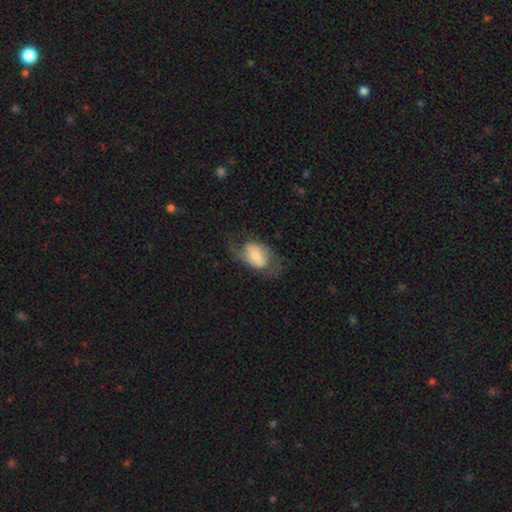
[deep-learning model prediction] Smooth or featured?
  - featured or disk: 59% *
  - smooth: 34%
  - star or artifact: 7%
Edge-on disk?
  - no: 95% *
  - yes: 5%
Bar?
  - weak: 42% *
  - no: 39%
  - strong: 19%
Spiral arms?
  - yes: 81% *
  - no: 19%
Bulge size?
  - moderate: 46% *
  - small: 35%
  - large: 12%
  - none: 4%
  - dominant: 2%
Merging?
  - none: 52% *
  - major disturbance: 24%
  - minor disturbance: 23%
  - merger: 2%